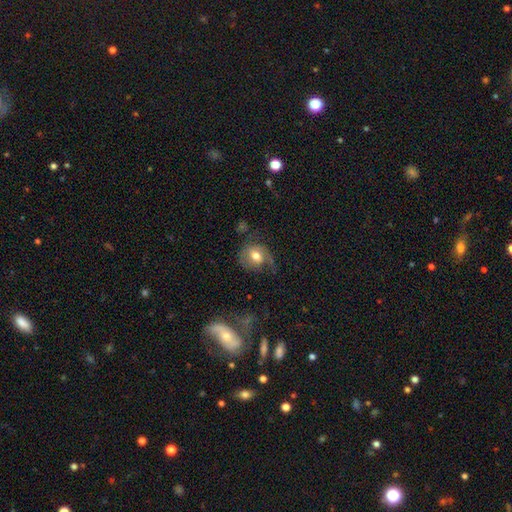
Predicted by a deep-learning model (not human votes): Q: Smooth or featured?
A: smooth (54%); runner-up: featured or disk (37%)
Q: How rounded?
A: round (64%); runner-up: in between (35%)
Q: Merging?
A: none (45%); runner-up: minor disturbance (27%)